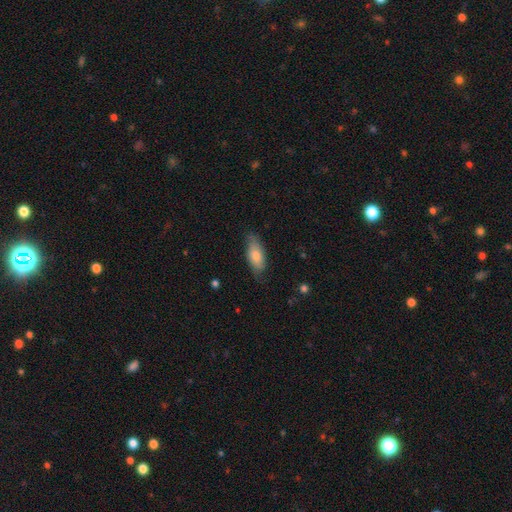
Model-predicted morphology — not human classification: A smooth galaxy with no disk features (64%) that is in between round and cigar-shaped (76%). Merging: none (75%).